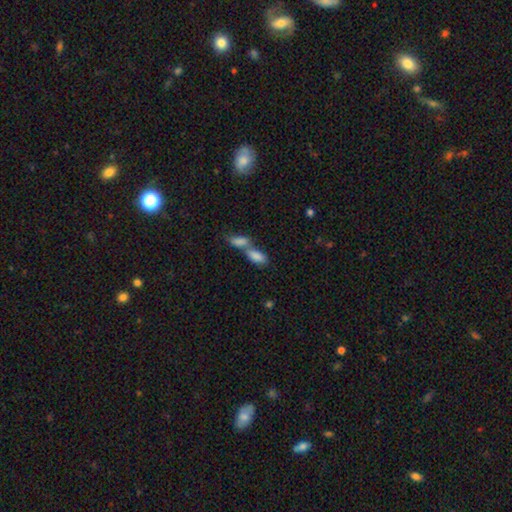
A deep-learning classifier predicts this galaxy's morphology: Overall: smooth (80%). How rounded: in between (84%). Merging: merger (65%; none 25%).